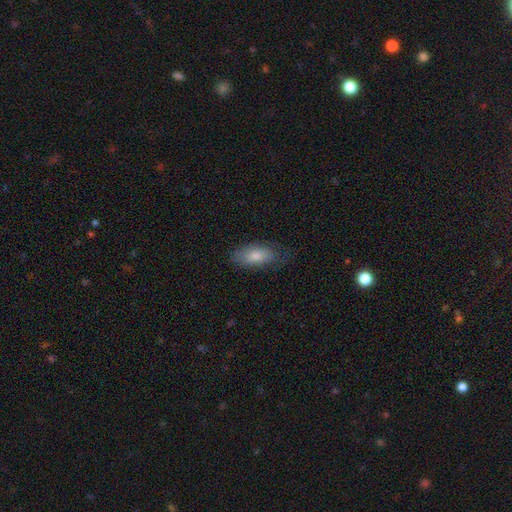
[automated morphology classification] A smooth galaxy with no disk features (80%) that is in between round and cigar-shaped (86%).

Vote fractions:
- Smooth or featured? smooth: 80% / featured or disk: 14% / star or artifact: 6%
- How rounded? in between: 86% / cigar-shaped: 12% / round: 3%
- Merging? none: 72% / minor disturbance: 21% / major disturbance: 6% / merger: 1%